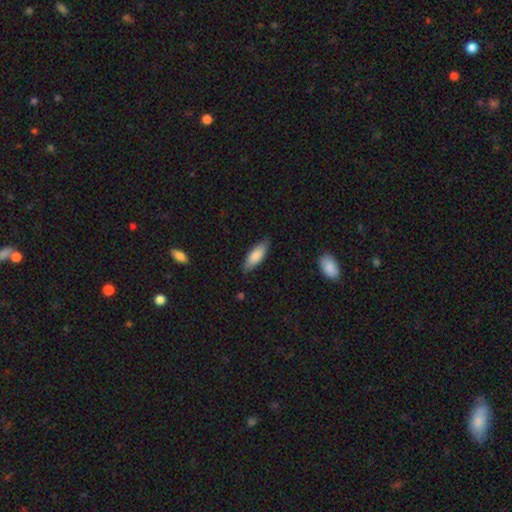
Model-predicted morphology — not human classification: smooth_or_featured: smooth (p=0.81) [alt: featured or disk p=0.13]
how_rounded: in between (p=0.66) [alt: cigar-shaped p=0.32]
merging: none (p=0.82) [alt: minor disturbance p=0.15]